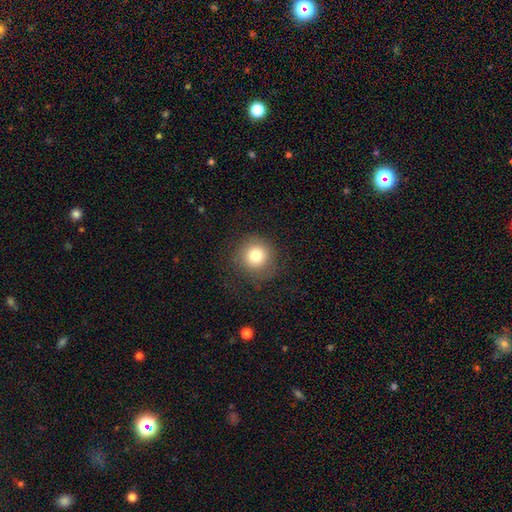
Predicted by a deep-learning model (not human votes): This is likely a smooth galaxy (79%). How rounded: clearly round (93%). Merging: clearly none (81%).